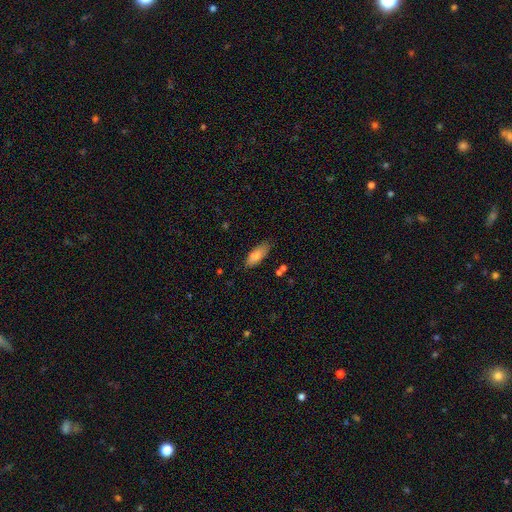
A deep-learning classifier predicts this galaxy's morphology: Q: Smooth or featured?
A: smooth (84%); runner-up: featured or disk (9%)
Q: How rounded?
A: in between (77%); runner-up: cigar-shaped (21%)
Q: Merging?
A: none (73%); runner-up: minor disturbance (20%)